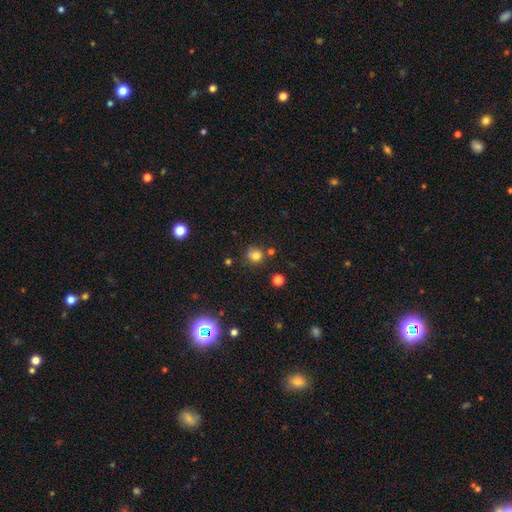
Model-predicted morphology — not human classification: A smooth galaxy with no disk features (76%) that is round (82%). Merging: none (64%).